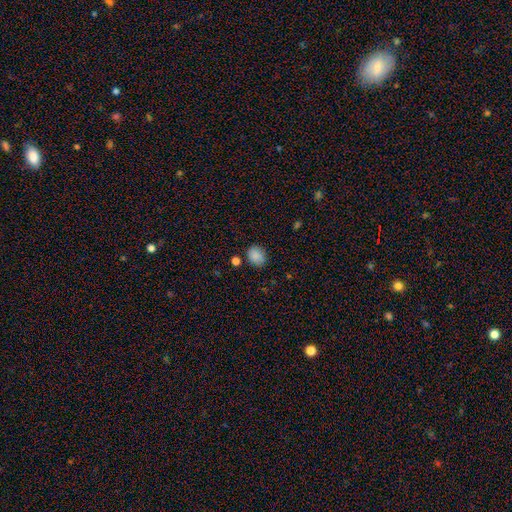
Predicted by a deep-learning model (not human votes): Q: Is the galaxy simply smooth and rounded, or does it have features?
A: smooth — 86%.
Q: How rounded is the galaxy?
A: round — 58%.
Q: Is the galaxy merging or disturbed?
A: none — 80%.